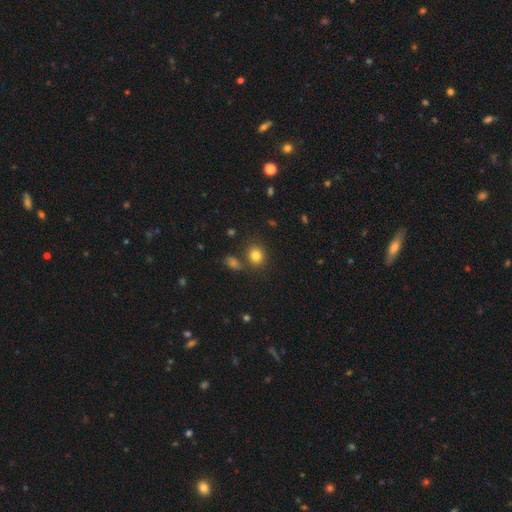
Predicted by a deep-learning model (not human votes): Q: Smooth or featured?
A: smooth (81%); runner-up: star or artifact (12%)
Q: How rounded?
A: round (72%); runner-up: in between (27%)
Q: Merging?
A: none (73%); runner-up: merger (13%)